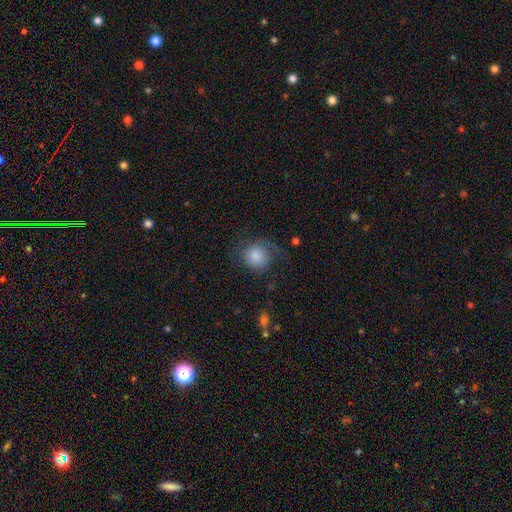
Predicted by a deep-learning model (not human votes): Smooth or featured? smooth (69%)
How rounded? round (86%)
Merging? none (58%)